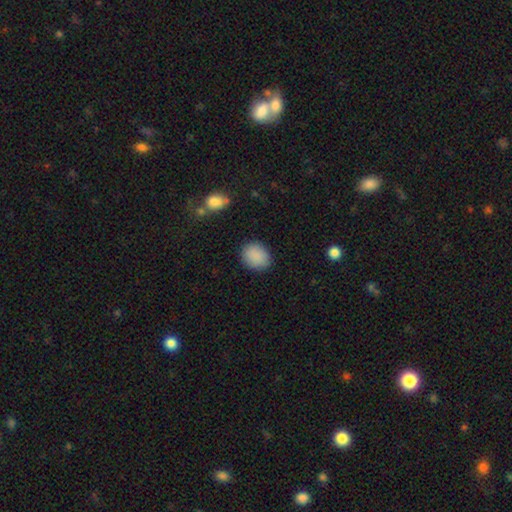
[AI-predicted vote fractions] A smooth galaxy with no disk features (88%) that is round (60%). Merging: none (86%).